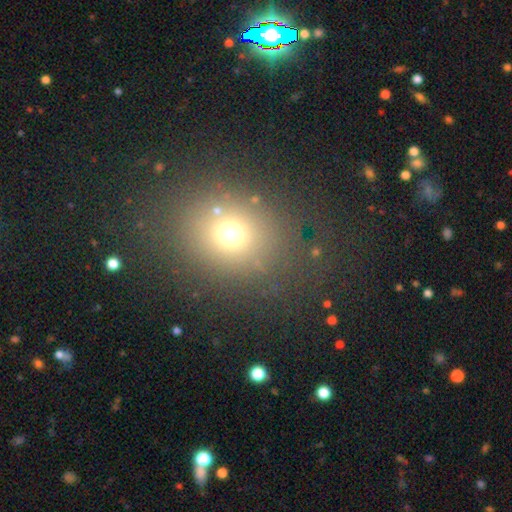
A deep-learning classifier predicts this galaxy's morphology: smooth_or_featured: smooth (p=0.64) [alt: star or artifact p=0.26]
how_rounded: round (p=0.67) [alt: in between p=0.32]
merging: none (p=0.84) [alt: minor disturbance p=0.09]